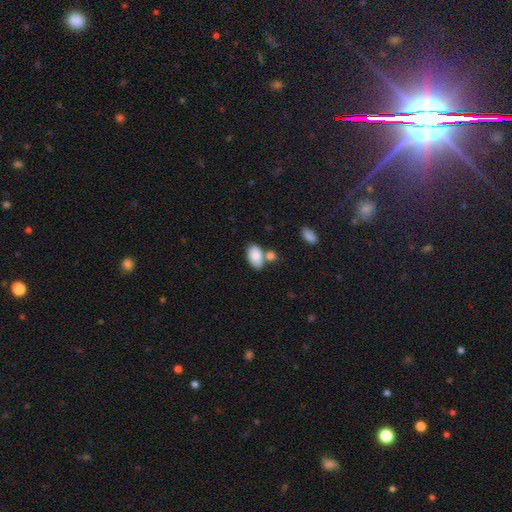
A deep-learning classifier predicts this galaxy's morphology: smooth_or_featured: smooth (p=0.85) [alt: featured or disk p=0.09]
how_rounded: in between (p=0.93) [alt: round p=0.06]
merging: none (p=0.52) [alt: merger p=0.28]